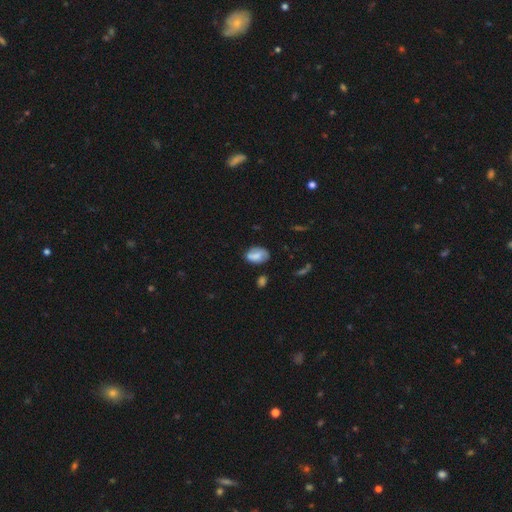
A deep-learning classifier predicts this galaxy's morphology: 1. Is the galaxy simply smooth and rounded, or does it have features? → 64% smooth, 27% featured or disk, 9% star or artifact.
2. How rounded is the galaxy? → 83% in between, 15% round, 2% cigar-shaped.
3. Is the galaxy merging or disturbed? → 61% none, 24% minor disturbance, 8% merger, 7% major disturbance.